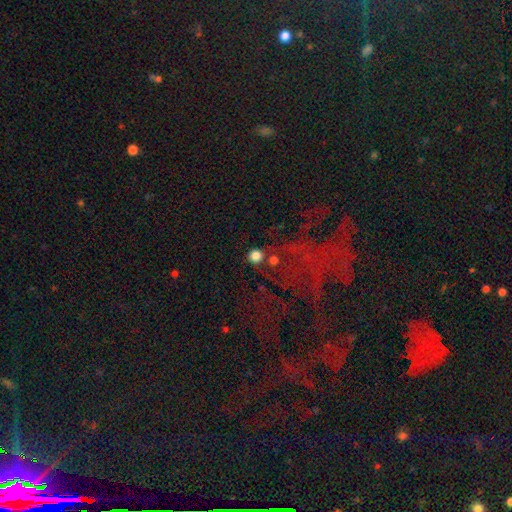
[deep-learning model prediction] smooth 79%, star or artifact 15%, featured or disk 7%. Down the decision tree: how rounded — round (92%); merging — none (75%).